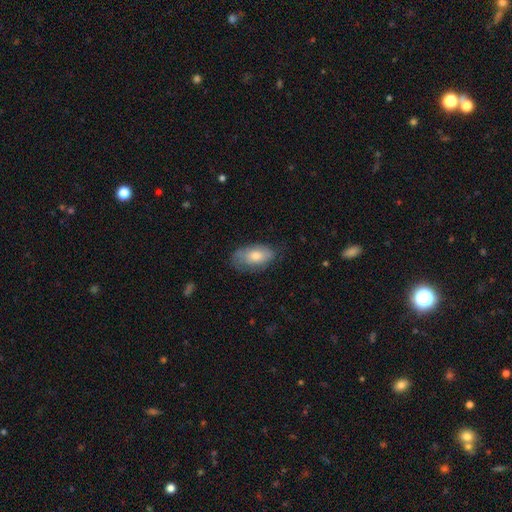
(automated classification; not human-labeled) Smooth or featured? Predicted: smooth (p=0.68). How rounded? Predicted: in between (p=0.92). Merging? Predicted: none (p=0.66).